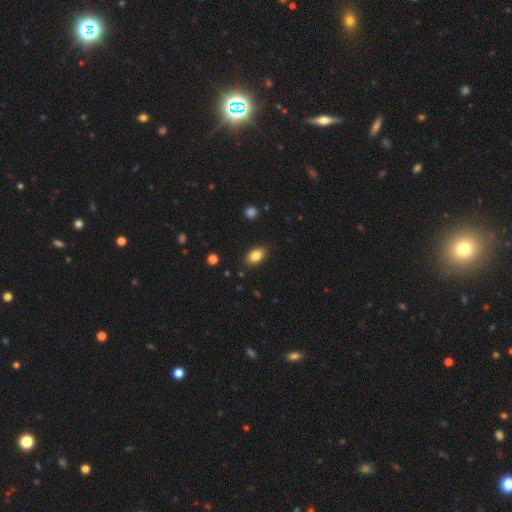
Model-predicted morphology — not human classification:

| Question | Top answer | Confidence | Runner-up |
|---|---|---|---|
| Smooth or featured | smooth | 84% | star or artifact (9%) |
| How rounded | in between | 88% | round (10%) |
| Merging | none | 87% | minor disturbance (9%) |